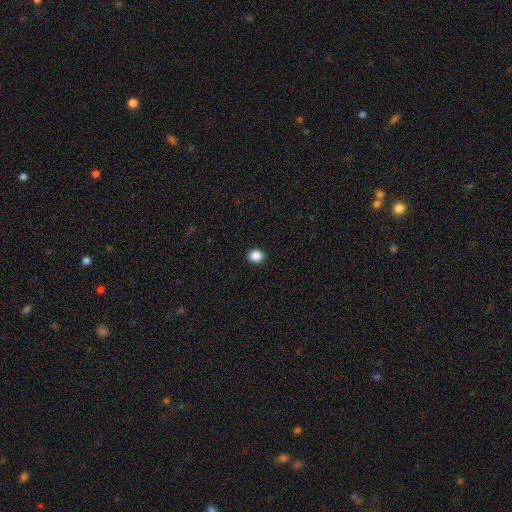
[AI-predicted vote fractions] Q: Smooth or featured?
A: smooth (87%); runner-up: star or artifact (10%)
Q: How rounded?
A: round (82%); runner-up: in between (17%)
Q: Merging?
A: none (93%); runner-up: minor disturbance (5%)